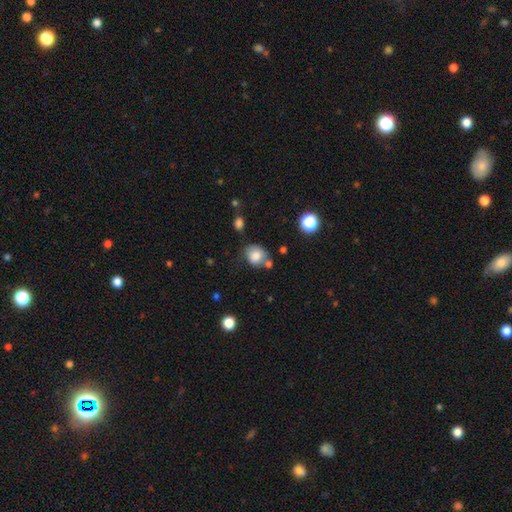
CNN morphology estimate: smooth_or_featured: smooth (p=0.79) [alt: featured or disk p=0.11]
how_rounded: round (p=0.61) [alt: in between p=0.38]
merging: none (p=0.55) [alt: minor disturbance p=0.23]